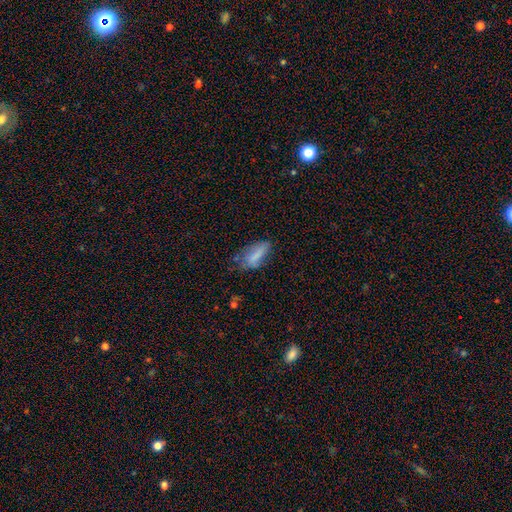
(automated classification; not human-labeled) A smooth galaxy with no disk features (71%) that is in between round and cigar-shaped (79%). Merging: none (44%).